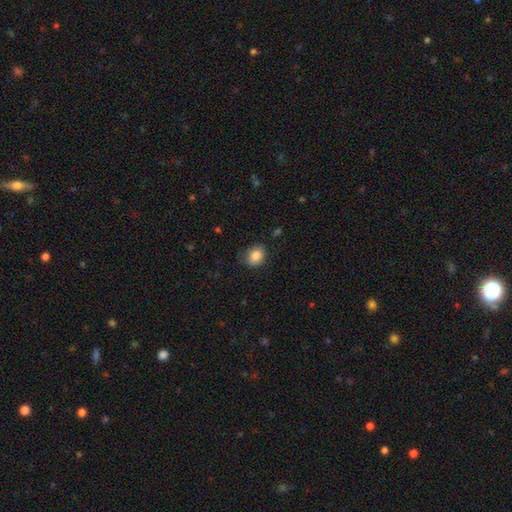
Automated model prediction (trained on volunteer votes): Smooth or featured? Predicted: smooth (p=0.85). How rounded? Predicted: in between (p=0.55). Merging? Predicted: none (p=0.71).